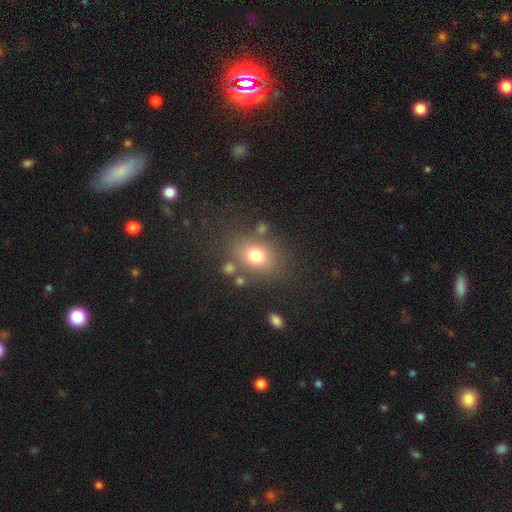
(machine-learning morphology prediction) Smooth or featured? Predicted: smooth (p=0.76). How rounded? Predicted: in between (p=0.58). Merging? Predicted: none (p=0.73).